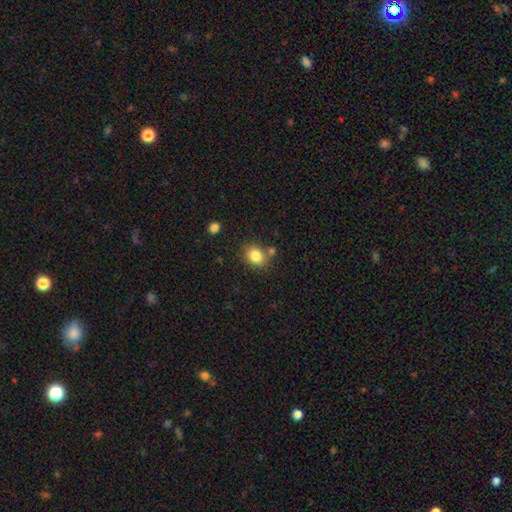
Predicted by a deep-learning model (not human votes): This is clearly a smooth galaxy (83%). How rounded: possibly round (52%). Merging: likely none (72%).